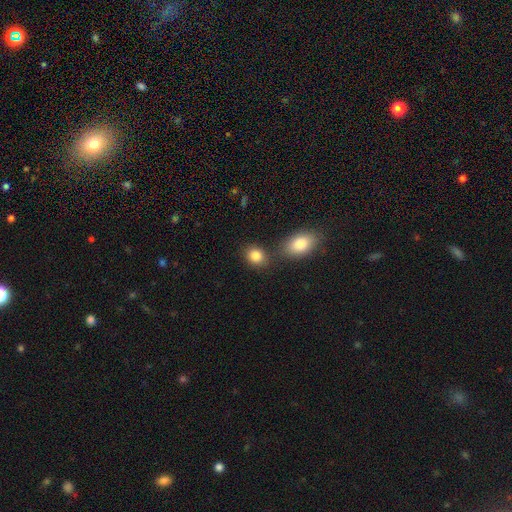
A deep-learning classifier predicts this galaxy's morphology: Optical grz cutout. It shows a smooth galaxy with no disk features (84%) that is round (51%). Merging: none (66%).